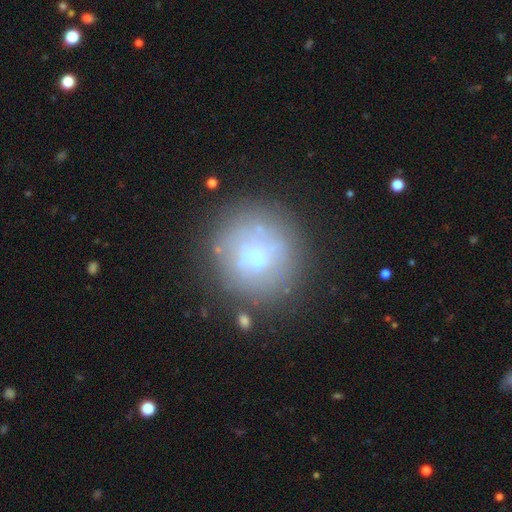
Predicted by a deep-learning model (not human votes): This appears to be a smooth galaxy with no disk features (48%). Merging: none (70%).